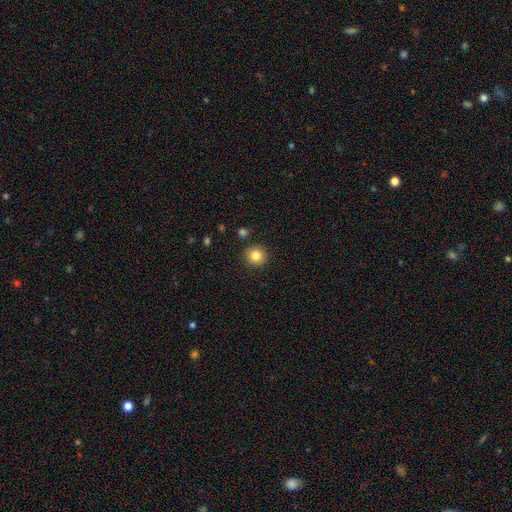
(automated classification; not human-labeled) Smooth or featured?
  - smooth: 83% *
  - star or artifact: 11%
  - featured or disk: 6%
How rounded?
  - round: 89% *
  - in between: 10%
  - cigar-shaped: 1%
Merging?
  - none: 90% *
  - minor disturbance: 6%
  - merger: 2%
  - major disturbance: 2%